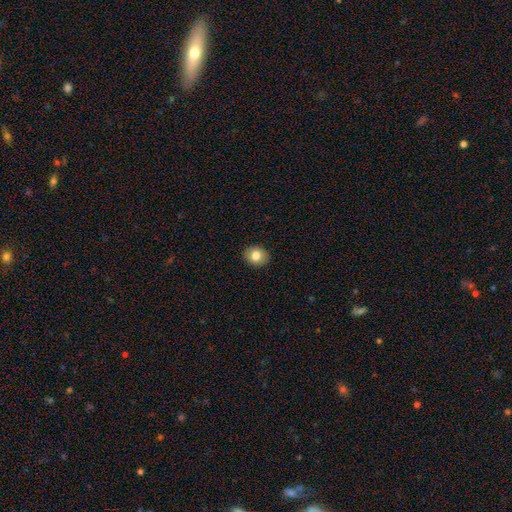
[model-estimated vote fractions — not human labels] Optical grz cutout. It shows a smooth galaxy with no disk features (80%) that is round (55%). Merging: none (90%).